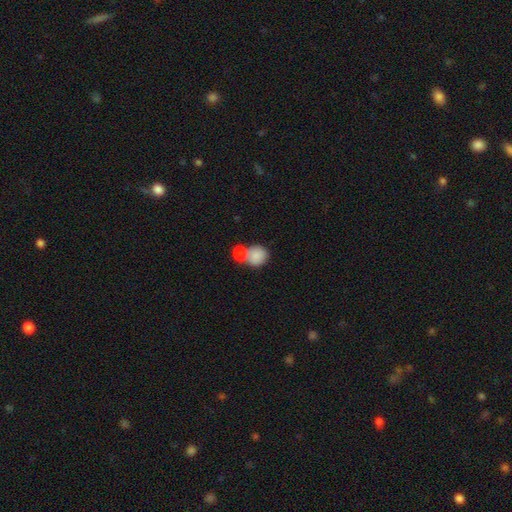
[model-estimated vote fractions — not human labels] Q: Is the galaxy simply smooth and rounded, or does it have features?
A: smooth — 84%.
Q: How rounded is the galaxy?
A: round — 75%.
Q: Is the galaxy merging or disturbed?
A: merger — 53%.